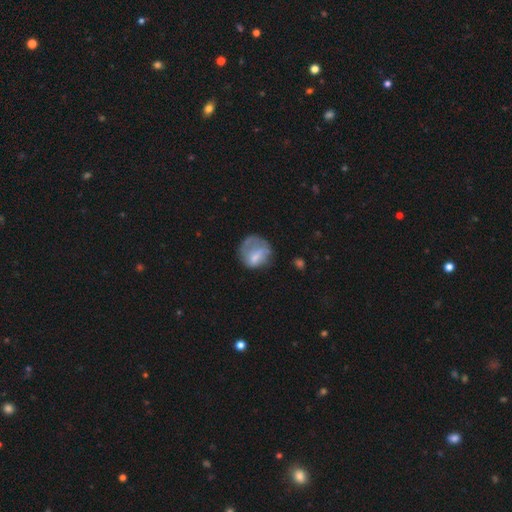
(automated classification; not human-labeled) Smooth or featured?
  - smooth: 59% *
  - featured or disk: 32%
  - star or artifact: 9%
How rounded?
  - round: 72% *
  - in between: 27%
  - cigar-shaped: 1%
Merging?
  - none: 41% *
  - major disturbance: 29%
  - minor disturbance: 27%
  - merger: 3%